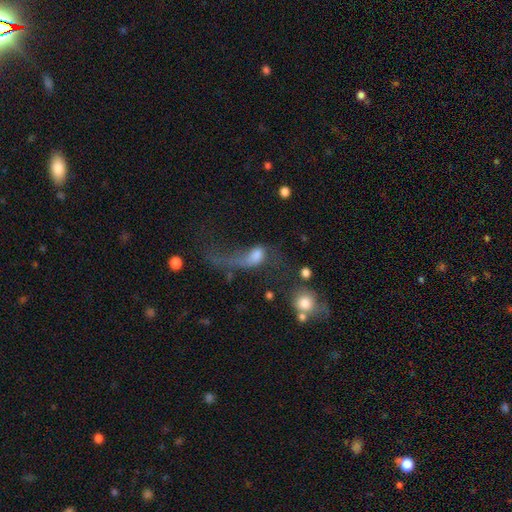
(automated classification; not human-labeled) Smooth or featured: smooth — 46% (featured or disk — 41%)
Merging: major disturbance — 56% (none — 17%)